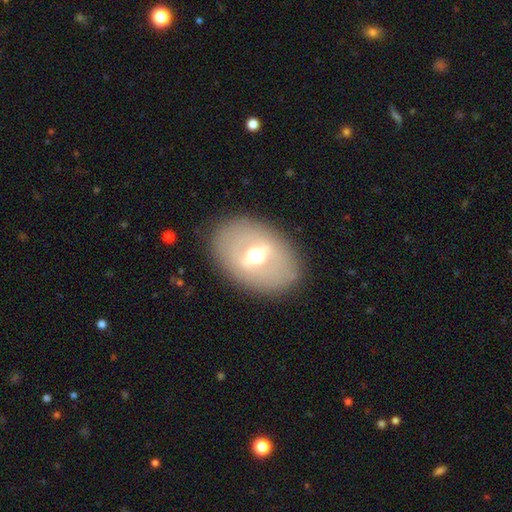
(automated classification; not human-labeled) A featured or disk galaxy (61%) with a strong bar (43%), no spiral arms (85%) and a moderate central bulge (71%).

Vote fractions:
- Smooth or featured? featured or disk: 61% / smooth: 32% / star or artifact: 8%
- Edge-on disk? no: 86% / yes: 14%
- Bar? strong: 43% / weak: 41% / no: 16%
- Spiral arms? no: 85% / yes: 15%
- Bulge size? moderate: 71% / large: 15% / small: 12% / dominant: 2% / none: 1%
- Merging? none: 84% / minor disturbance: 10% / major disturbance: 5% / merger: 1%